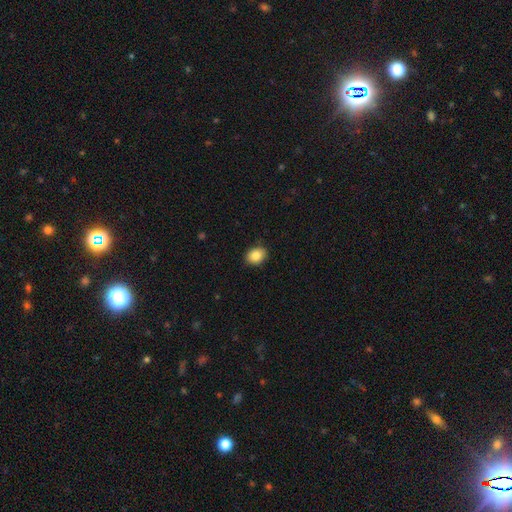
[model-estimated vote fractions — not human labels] smooth 85%, star or artifact 9%, featured or disk 6%. Down the decision tree: how rounded — in between (61%); merging — none (88%).